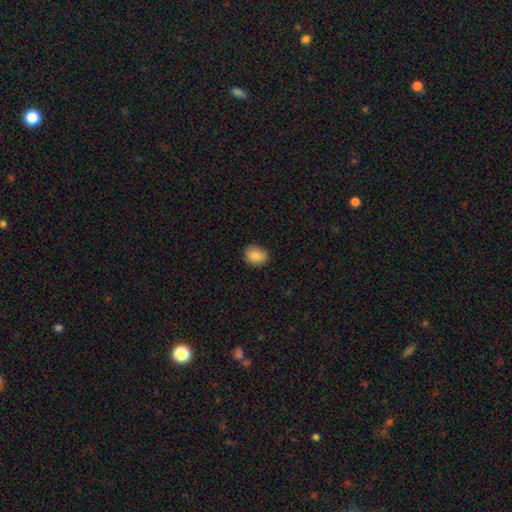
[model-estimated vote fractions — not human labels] Morphology: type=smooth (86%); roundness=round (63%); merging=none (89%).